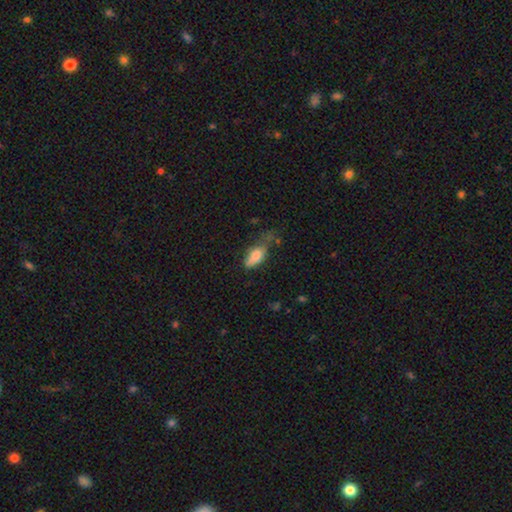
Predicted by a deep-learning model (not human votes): This appears to be a smooth galaxy with no disk features (78%) that is in between round and cigar-shaped (83%). Merging: none (38%).